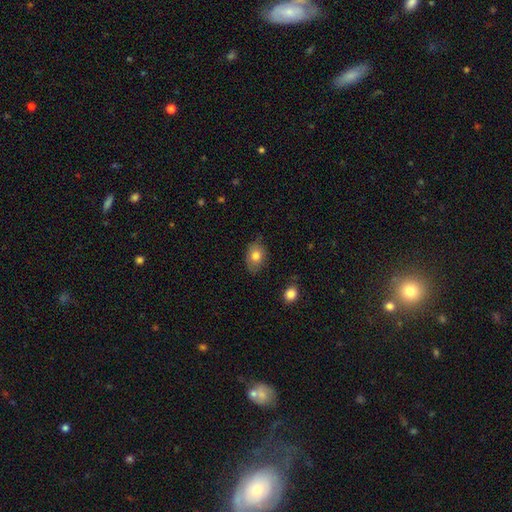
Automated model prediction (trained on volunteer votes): The model was most divided on "how rounded": in between: 73%, round: 26%, cigar-shaped: 1%. More confident: smooth or featured — smooth (79%); merging — none (76%).